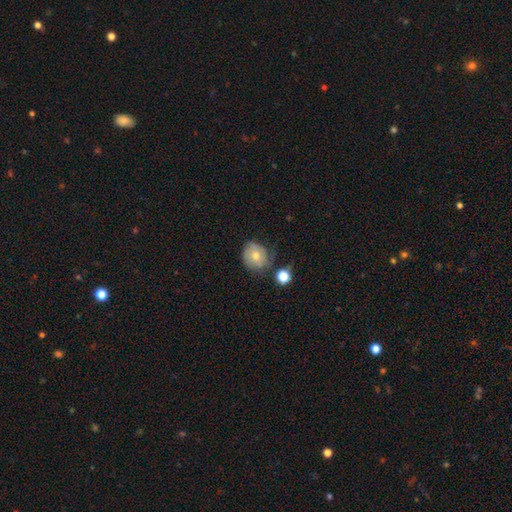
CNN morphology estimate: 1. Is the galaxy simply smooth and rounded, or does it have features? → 49% smooth, 40% featured or disk, 12% star or artifact.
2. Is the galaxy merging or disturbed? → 64% none, 24% minor disturbance, 7% major disturbance, 5% merger.